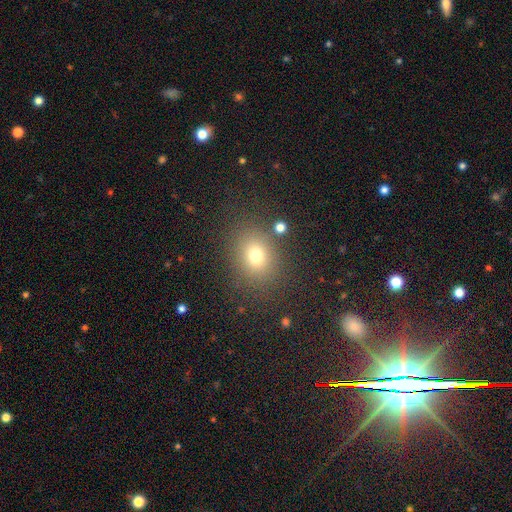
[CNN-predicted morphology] Smooth or featured: smooth — 73% (star or artifact — 17%)
How rounded: round — 53% (in between — 46%)
Merging: none — 83% (minor disturbance — 10%)